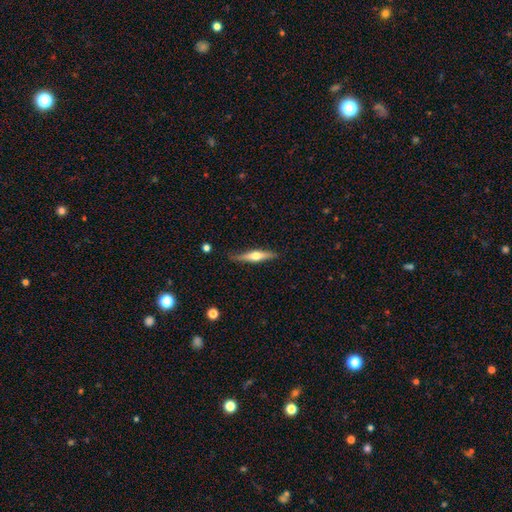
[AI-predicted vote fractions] A featured or disk galaxy (58%) viewed edge-on (95%) with a rounded central bulge (93%). Merging: none (83%).